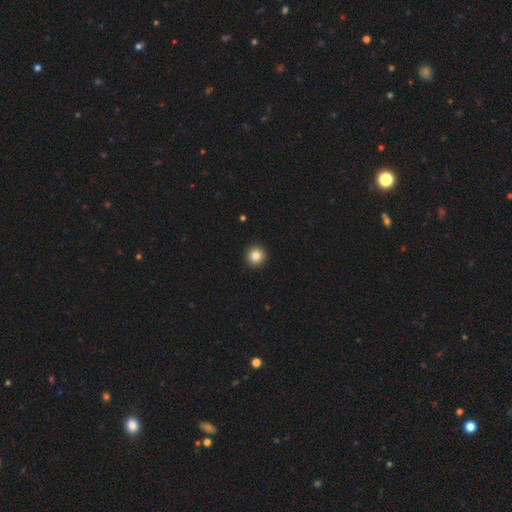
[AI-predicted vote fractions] Q: Smooth or featured?
A: smooth (85%); runner-up: star or artifact (10%)
Q: How rounded?
A: round (95%); runner-up: in between (4%)
Q: Merging?
A: none (93%); runner-up: minor disturbance (4%)